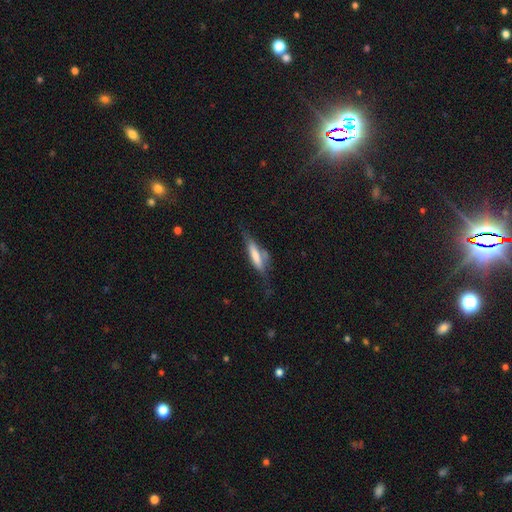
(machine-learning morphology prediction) The model was most divided on "merging": none: 47%, minor disturbance: 28%, major disturbance: 15%, merger: 10%. More confident: how rounded — cigar-shaped (74%); smooth or featured — smooth (61%).